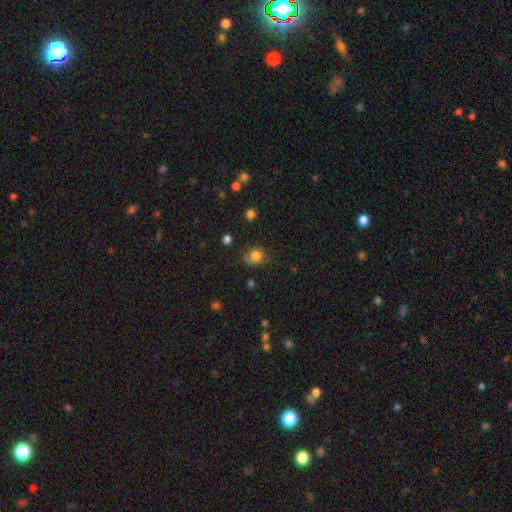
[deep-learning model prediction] Smooth or featured? Predicted: smooth (p=0.81). How rounded? Predicted: round (p=0.67). Merging? Predicted: none (p=0.58).